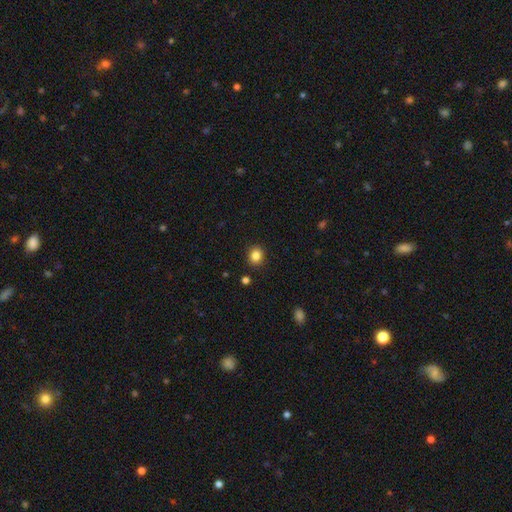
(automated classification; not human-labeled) Smooth or featured?
  - smooth: 84% *
  - star or artifact: 11%
  - featured or disk: 5%
How rounded?
  - round: 76% *
  - in between: 23%
  - cigar-shaped: 1%
Merging?
  - none: 90% *
  - minor disturbance: 7%
  - major disturbance: 2%
  - merger: 2%